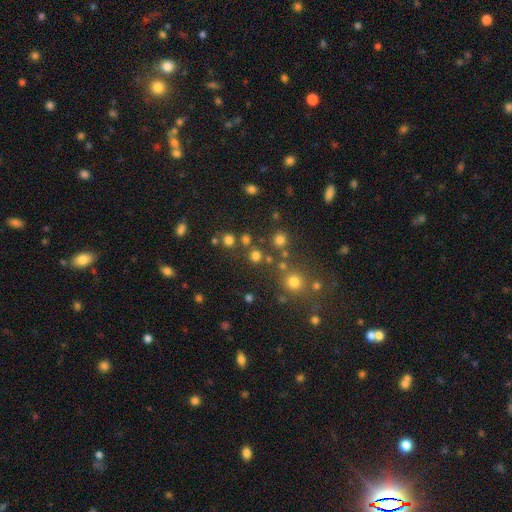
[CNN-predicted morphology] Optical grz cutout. It shows a smooth galaxy with no disk features (73%) that is round (91%). Merging: none (79%).